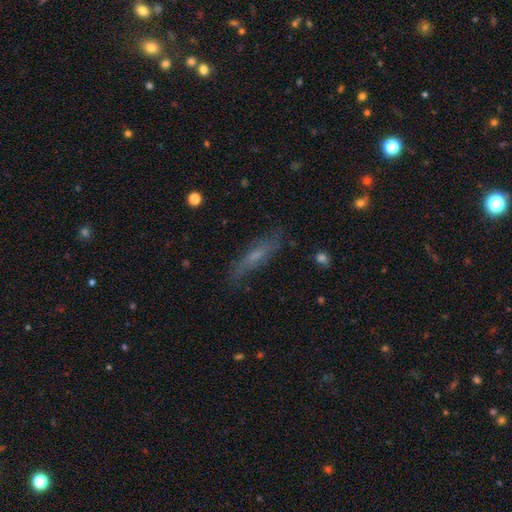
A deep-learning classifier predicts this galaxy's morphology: The model was most divided on "smooth or featured": featured or disk: 48%, smooth: 41%, star or artifact: 11%. More confident: merging — none (75%).